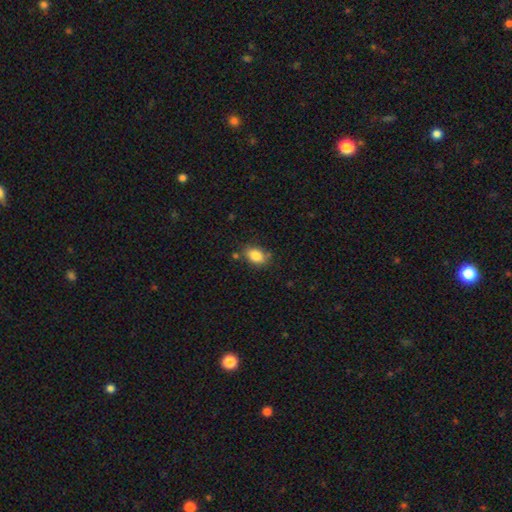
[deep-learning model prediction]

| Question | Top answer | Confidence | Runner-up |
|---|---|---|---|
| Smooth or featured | smooth | 86% | star or artifact (8%) |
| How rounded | in between | 84% | round (14%) |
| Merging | none | 74% | minor disturbance (17%) |